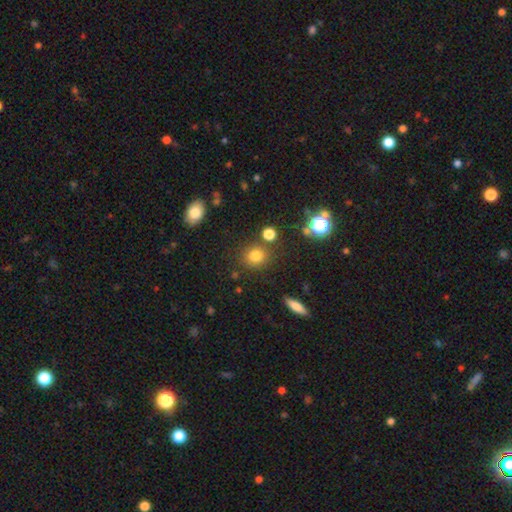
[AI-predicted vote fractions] Smooth or featured: smooth — 77% (star or artifact — 16%)
How rounded: round — 78% (in between — 21%)
Merging: none — 79% (minor disturbance — 10%)